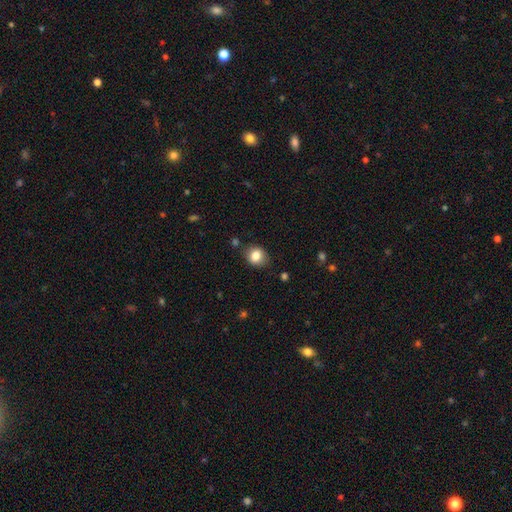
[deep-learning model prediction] A smooth galaxy with no disk features (83%) that is round (65%).

Vote fractions:
- Smooth or featured? smooth: 83% / star or artifact: 9% / featured or disk: 8%
- How rounded? round: 65% / in between: 35% / cigar-shaped: 1%
- Merging? none: 80% / minor disturbance: 14% / major disturbance: 3% / merger: 3%